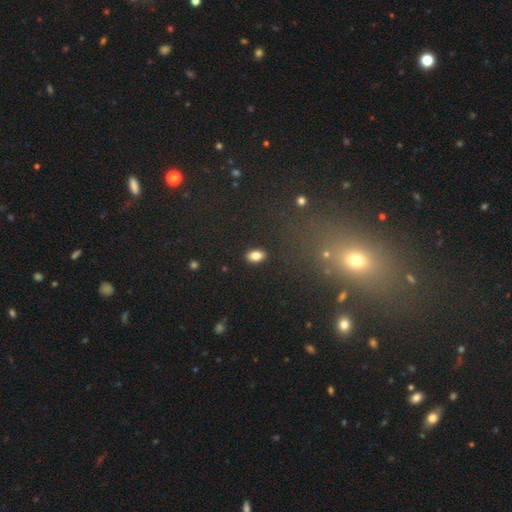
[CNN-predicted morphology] This is clearly a smooth galaxy (82%). How rounded: clearly in between (89%). Merging: clearly none (89%).